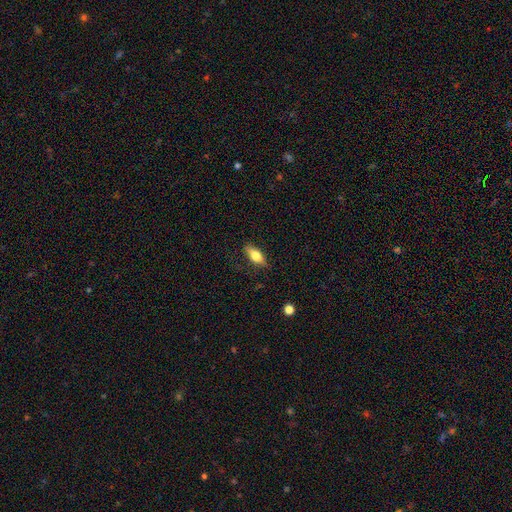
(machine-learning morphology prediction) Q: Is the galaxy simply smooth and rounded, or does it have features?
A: smooth — 72%.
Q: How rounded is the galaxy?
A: in between — 75%.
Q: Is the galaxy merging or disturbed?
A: none — 80%.